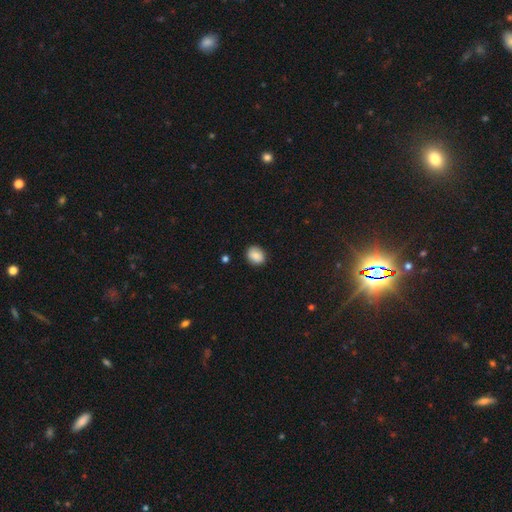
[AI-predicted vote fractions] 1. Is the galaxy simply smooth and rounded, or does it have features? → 84% smooth, 9% star or artifact, 7% featured or disk.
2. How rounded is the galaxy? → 60% round, 39% in between, 1% cigar-shaped.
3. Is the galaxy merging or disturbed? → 87% none, 9% minor disturbance, 2% major disturbance, 1% merger.